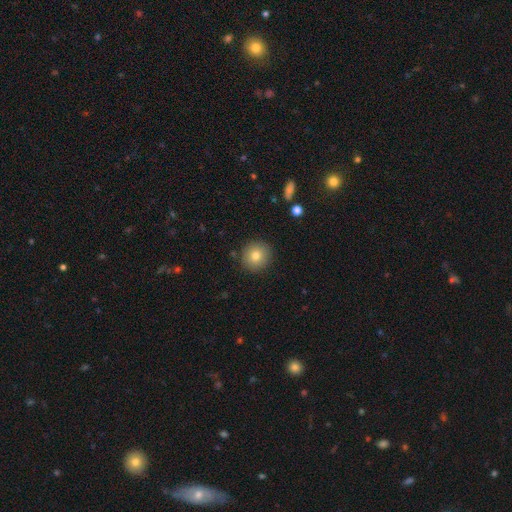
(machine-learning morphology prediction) Q: Smooth or featured?
A: smooth (78%); runner-up: featured or disk (11%)
Q: How rounded?
A: round (92%); runner-up: in between (7%)
Q: Merging?
A: none (90%); runner-up: minor disturbance (7%)